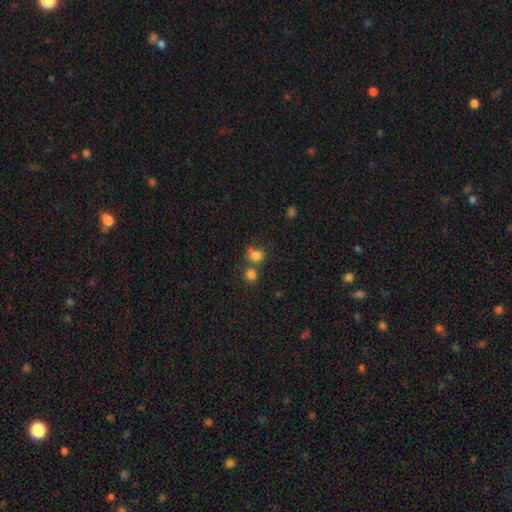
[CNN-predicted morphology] Smooth or featured? Predicted: smooth (p=0.78). How rounded? Predicted: round (p=0.73). Merging? Predicted: none (p=0.49).